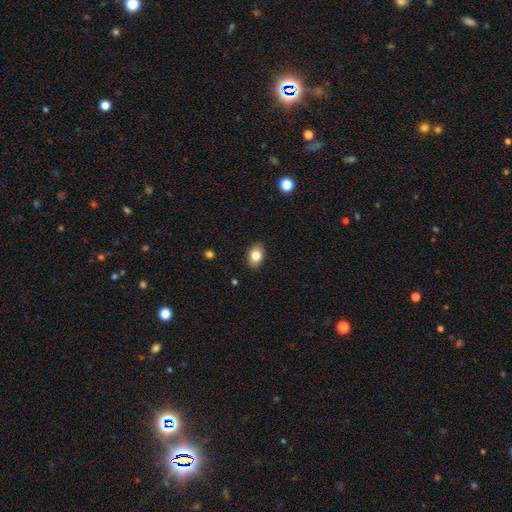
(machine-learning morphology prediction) This appears to be a smooth galaxy with no disk features (81%) that is in between round and cigar-shaped (84%). Merging: none (88%).